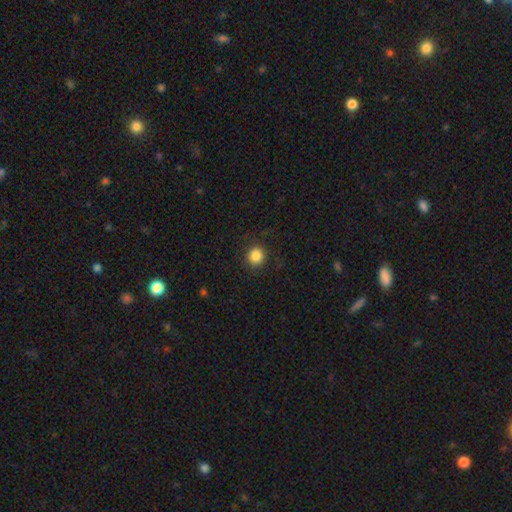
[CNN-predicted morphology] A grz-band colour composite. It shows a smooth galaxy with no disk features (85%) that is round (90%). Merging: none (90%).